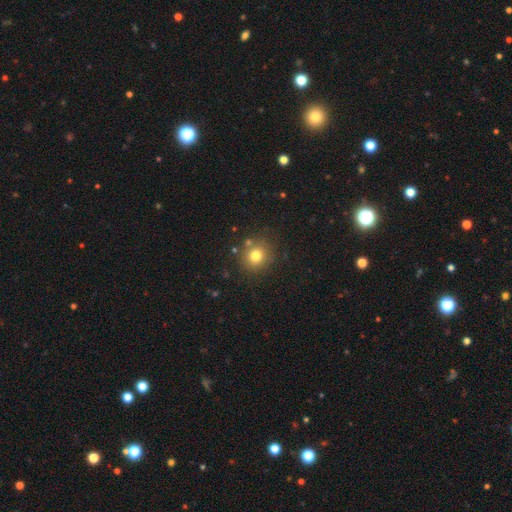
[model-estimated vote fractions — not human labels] Morphology: type=smooth (77%); roundness=round (88%); merging=none (82%).